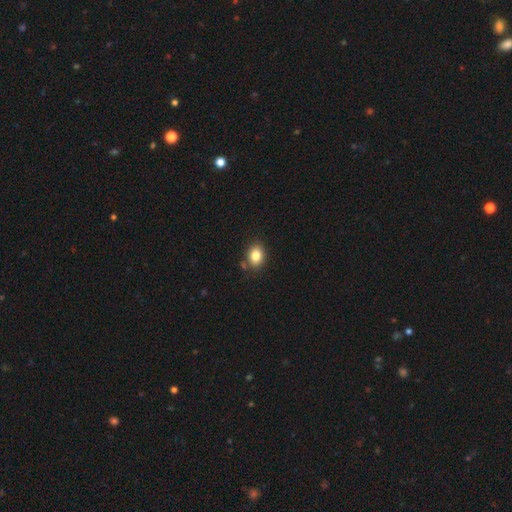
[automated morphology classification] Overall: smooth (83%). How rounded: in between (57%; round 42%). Merging: none (80%).